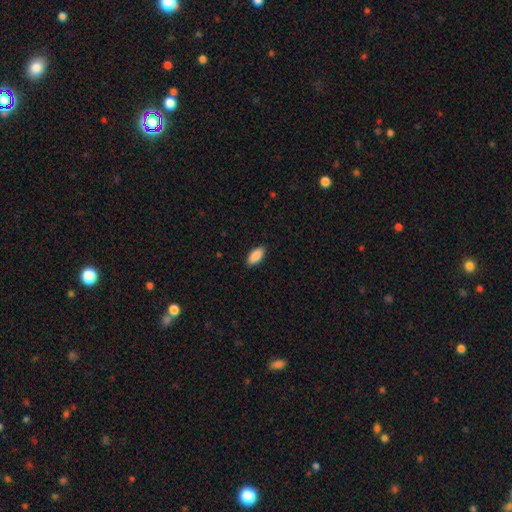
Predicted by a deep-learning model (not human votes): This is clearly a smooth galaxy (90%). How rounded: clearly in between (90%). Merging: clearly none (89%).